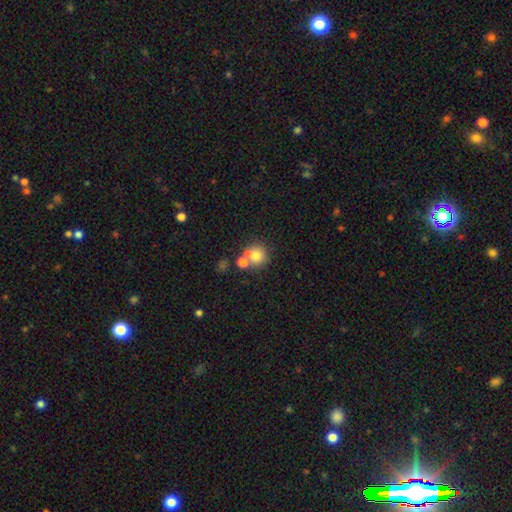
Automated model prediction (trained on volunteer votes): smooth-or-featured: smooth: 75% | star or artifact: 13% | featured or disk: 12%
  how-rounded: round: 90% | in between: 9% | cigar-shaped: 1%
  merging: none: 56% | merger: 31% | minor disturbance: 9% | major disturbance: 4%